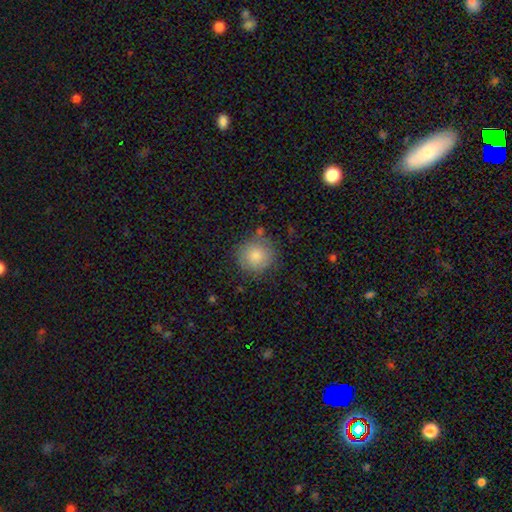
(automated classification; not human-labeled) smooth-or-featured: smooth: 82% | featured or disk: 9% | star or artifact: 9%
  how-rounded: round: 93% | in between: 6% | cigar-shaped: 1%
  merging: none: 82% | minor disturbance: 12% | major disturbance: 3% | merger: 3%